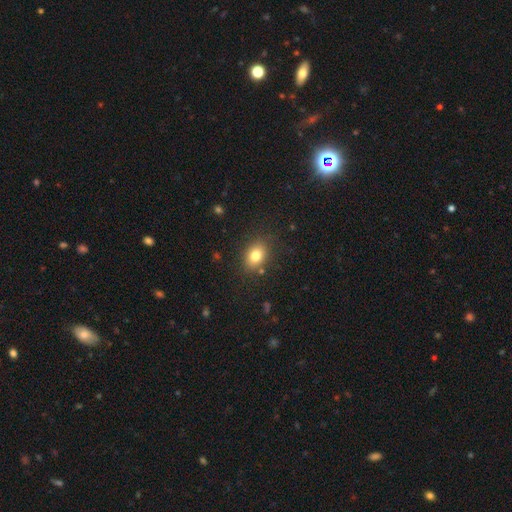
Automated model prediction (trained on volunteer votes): Overall: smooth (79%). How rounded: in between (68%; round 31%). Merging: none (81%).